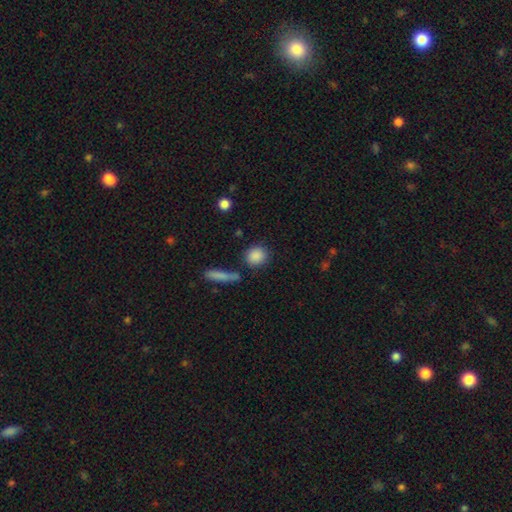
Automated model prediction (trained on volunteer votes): Q: Smooth or featured?
A: smooth (87%); runner-up: star or artifact (8%)
Q: How rounded?
A: round (80%); runner-up: in between (17%)
Q: Merging?
A: none (79%); runner-up: minor disturbance (10%)